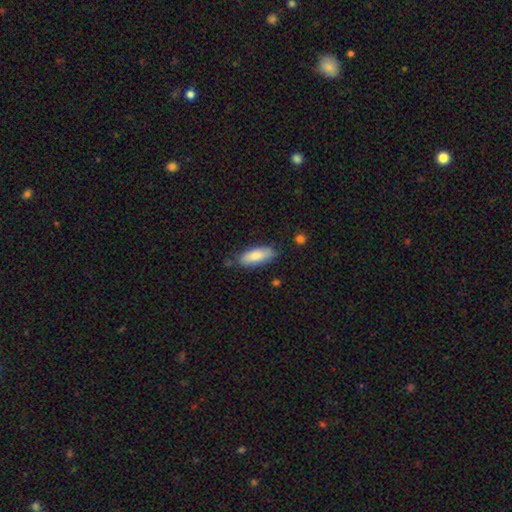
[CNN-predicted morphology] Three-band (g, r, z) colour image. It shows a smooth galaxy with no disk features (82%) that is in between round and cigar-shaped (77%). Merging: none (75%).